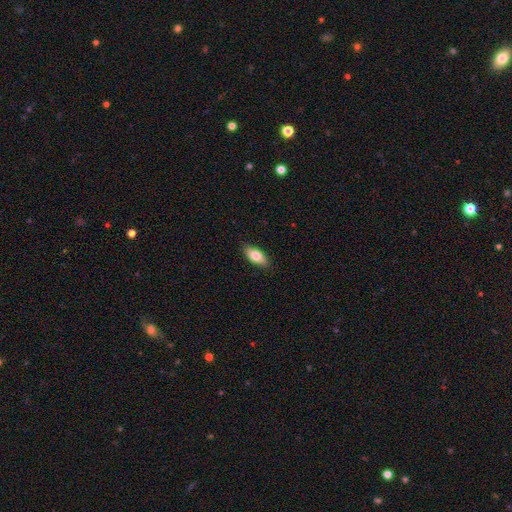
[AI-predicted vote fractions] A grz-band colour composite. It shows a smooth galaxy with no disk features (79%) that is in between round and cigar-shaped (86%). Merging: none (88%).